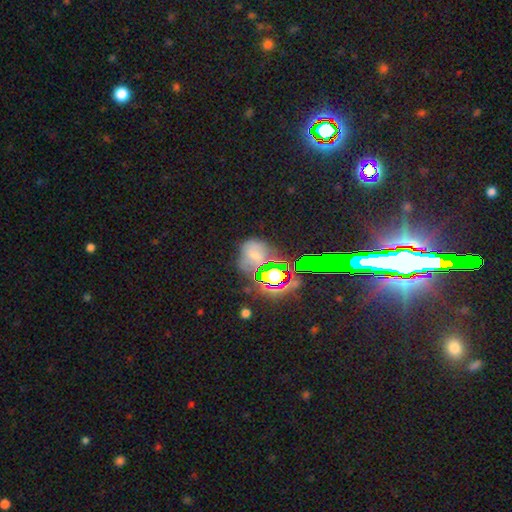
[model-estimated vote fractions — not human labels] Q: Smooth or featured?
A: smooth (41%); runner-up: star or artifact (40%)
Q: Merging?
A: none (61%); runner-up: minor disturbance (22%)